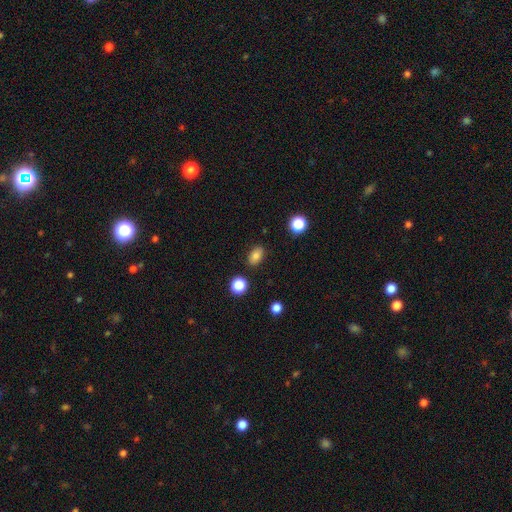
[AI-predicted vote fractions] A smooth galaxy with no disk features (83%) that is in between round and cigar-shaped (81%).

Vote fractions:
- Smooth or featured? smooth: 83% / star or artifact: 11% / featured or disk: 6%
- How rounded? in between: 81% / round: 17% / cigar-shaped: 2%
- Merging? none: 85% / minor disturbance: 10% / major disturbance: 3% / merger: 2%